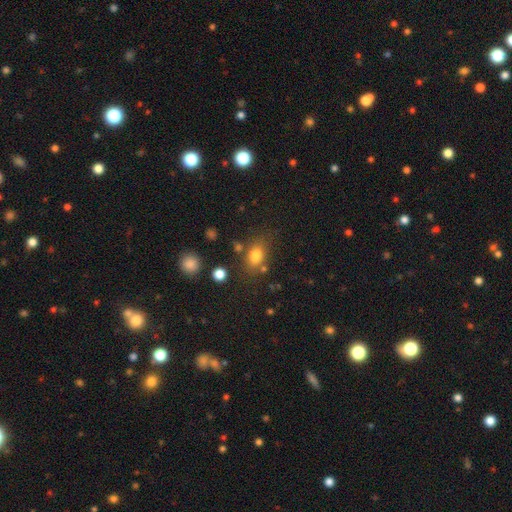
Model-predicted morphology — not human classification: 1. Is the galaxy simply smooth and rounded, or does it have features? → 80% smooth, 12% star or artifact, 9% featured or disk.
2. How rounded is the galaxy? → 73% in between, 25% round, 2% cigar-shaped.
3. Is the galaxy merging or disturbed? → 70% none, 15% minor disturbance, 9% merger, 6% major disturbance.